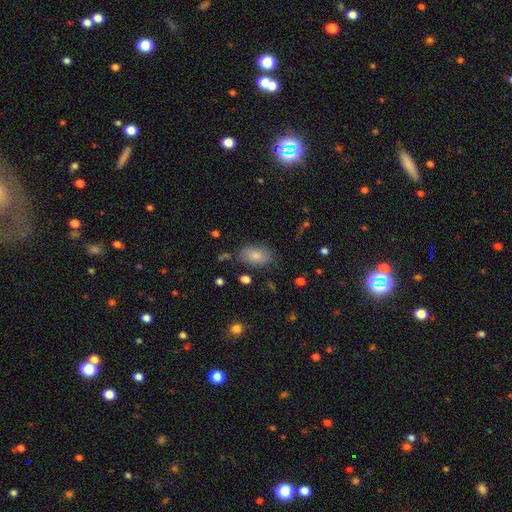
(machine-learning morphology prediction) smooth_or_featured: smooth (p=0.83) [alt: featured or disk p=0.09]
how_rounded: in between (p=0.90) [alt: round p=0.08]
merging: none (p=0.79) [alt: minor disturbance p=0.14]